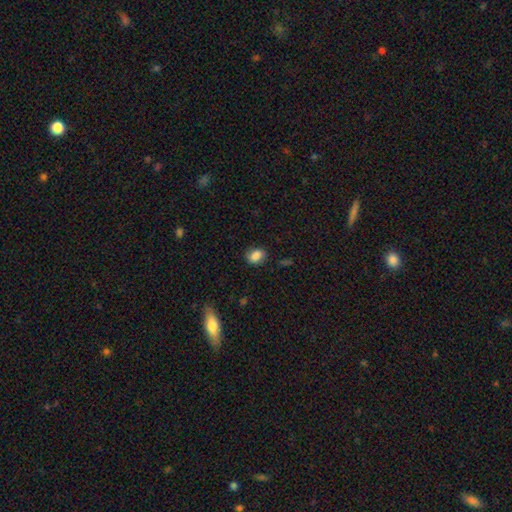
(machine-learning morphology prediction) This appears to be a smooth galaxy with no disk features (84%) that is in between round and cigar-shaped (68%). Merging: none (77%).